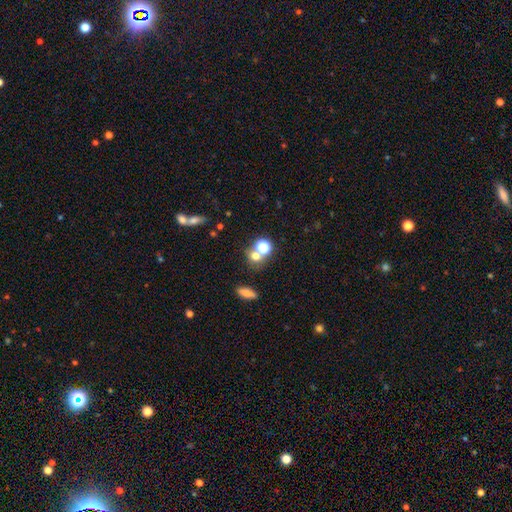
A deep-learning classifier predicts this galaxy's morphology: Smooth or featured? smooth (63%)
How rounded? round (78%)
Merging? none (54%)